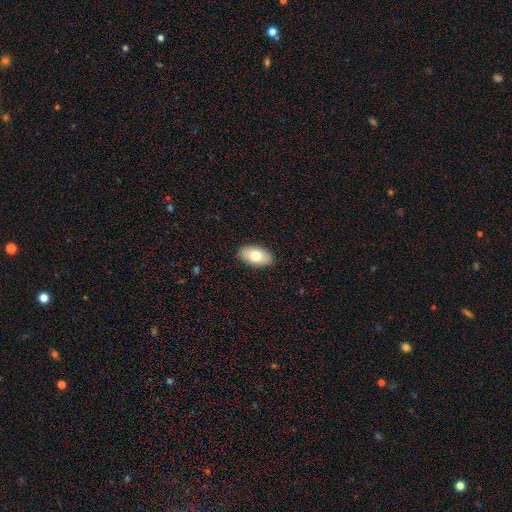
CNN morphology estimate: Smooth or featured? smooth (77%)
How rounded? in between (94%)
Merging? none (89%)